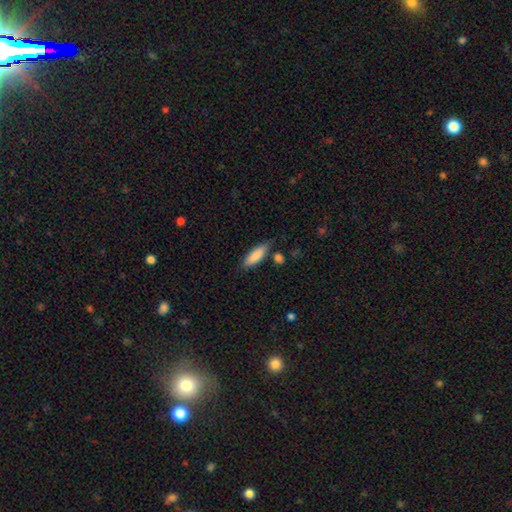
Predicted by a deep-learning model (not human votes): Smooth or featured: smooth — 85% (featured or disk — 9%)
How rounded: in between — 58% (cigar-shaped — 40%)
Merging: none — 75% (minor disturbance — 15%)